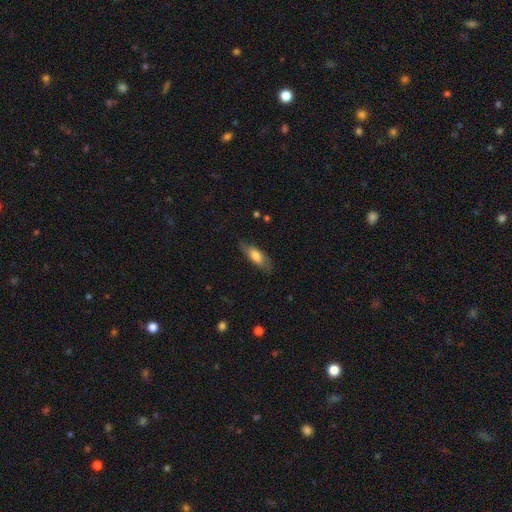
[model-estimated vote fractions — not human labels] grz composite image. It shows a smooth galaxy with no disk features (63%) that is in between round and cigar-shaped (63%). Merging: none (75%).